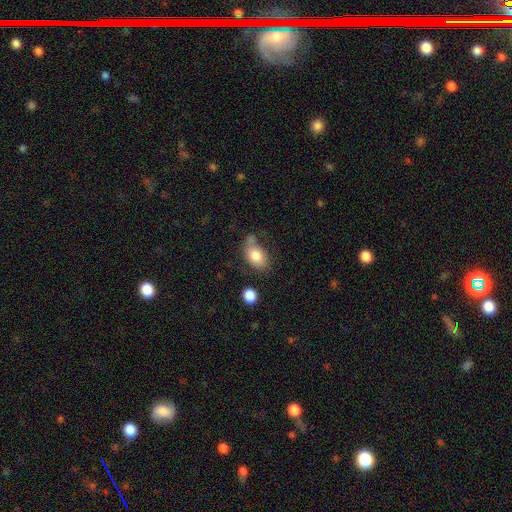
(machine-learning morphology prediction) type=smooth (80%); roundness=in between (84%); merging=none (54%).